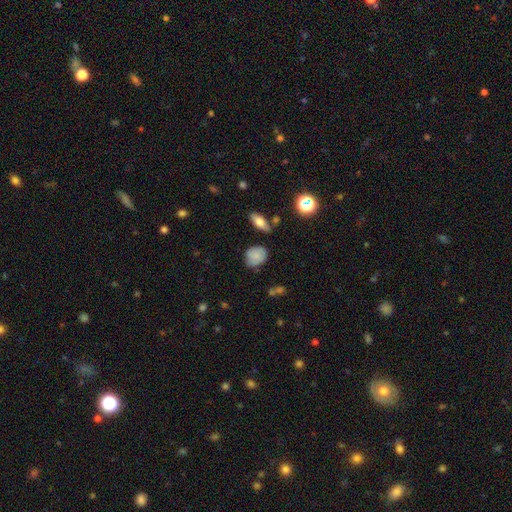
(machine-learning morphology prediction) The model was most divided on "how rounded": in between: 54%, round: 45%, cigar-shaped: 2%. More confident: smooth or featured — smooth (75%); merging — none (62%).